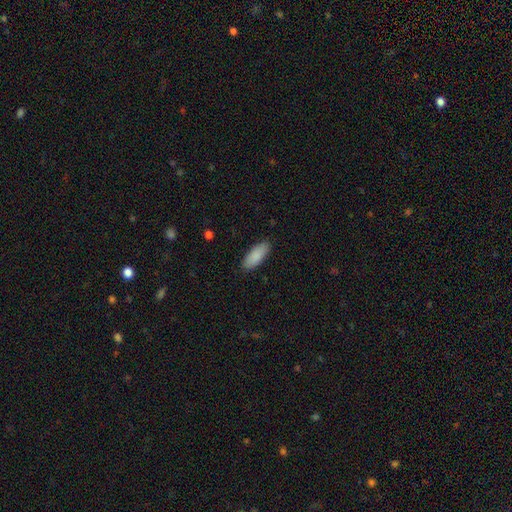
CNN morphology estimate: The model was most divided on "how rounded": in between: 78%, cigar-shaped: 21%, round: 2%. More confident: smooth or featured — smooth (89%); merging — none (87%).